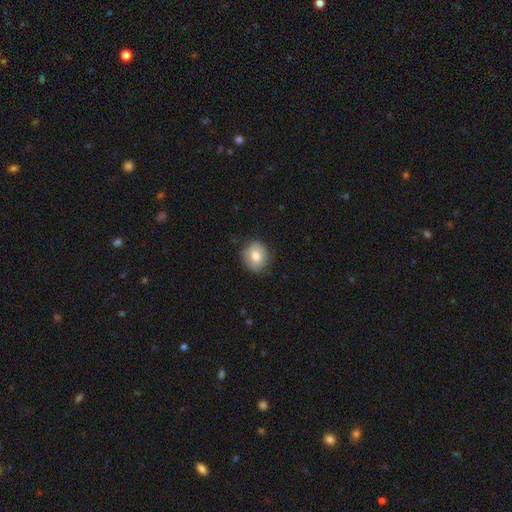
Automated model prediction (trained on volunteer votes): Morphology: type=smooth (74%); roundness=round (76%); merging=none (81%).